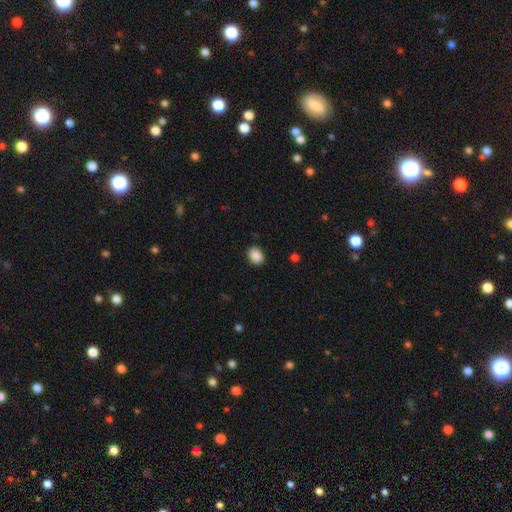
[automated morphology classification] The model was most divided on "how rounded": in between: 61%, round: 38%, cigar-shaped: 1%. More confident: smooth or featured — smooth (88%); merging — none (86%).